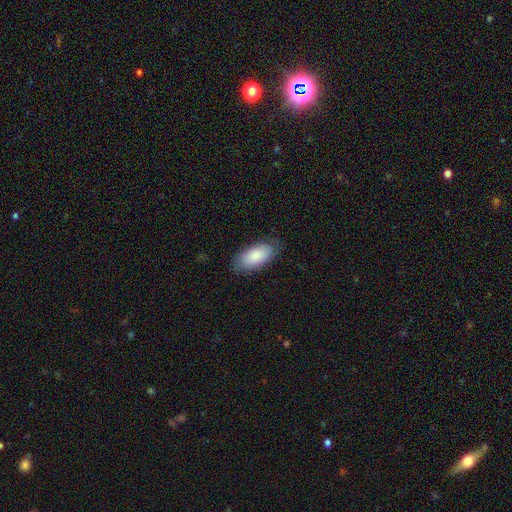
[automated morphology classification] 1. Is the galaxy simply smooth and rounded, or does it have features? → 79% smooth, 15% featured or disk, 6% star or artifact.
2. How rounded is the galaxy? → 92% in between, 6% cigar-shaped, 2% round.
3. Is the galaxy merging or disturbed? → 77% none, 18% minor disturbance, 5% major disturbance, 1% merger.